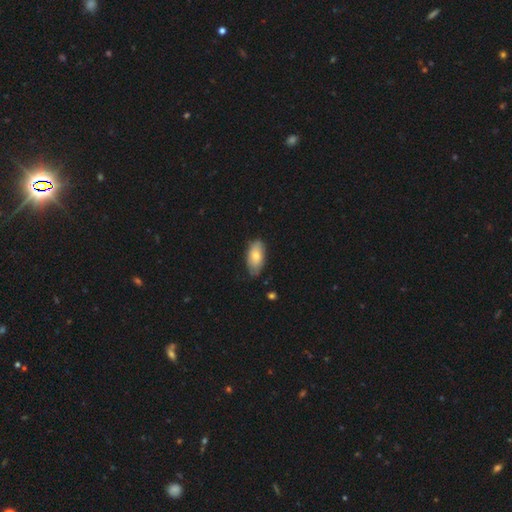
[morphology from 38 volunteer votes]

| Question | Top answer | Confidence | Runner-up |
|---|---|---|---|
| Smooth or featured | smooth | 74% | featured or disk (18%) |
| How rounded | in between | 86% | round (7%) |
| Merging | none | 69% | minor disturbance (29%) |